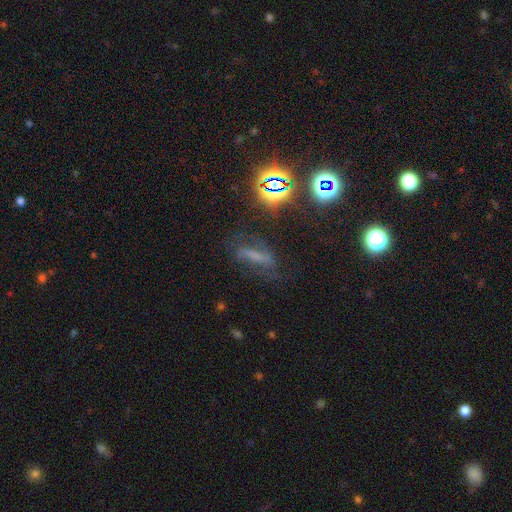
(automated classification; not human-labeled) smooth_or_featured: featured or disk (p=0.36) [alt: smooth p=0.33]
merging: none (p=0.60) [alt: minor disturbance p=0.20]